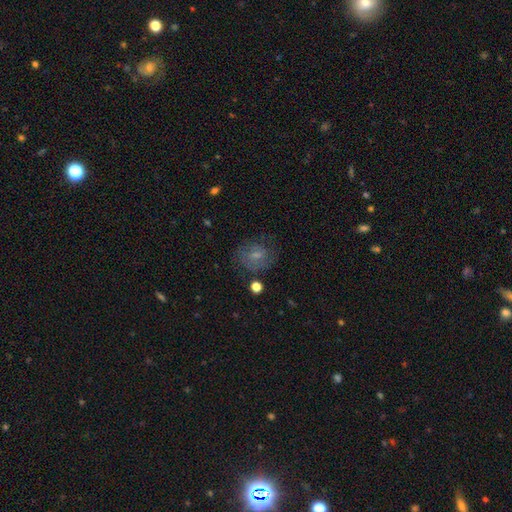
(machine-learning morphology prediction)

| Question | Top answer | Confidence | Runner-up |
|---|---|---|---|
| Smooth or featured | featured or disk | 48% | smooth (40%) |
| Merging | none | 67% | minor disturbance (19%) |